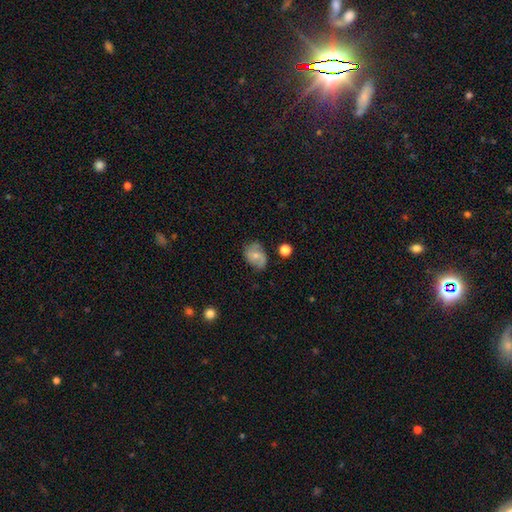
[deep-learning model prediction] Q: Smooth or featured?
A: smooth (50%); runner-up: featured or disk (41%)
Q: How rounded?
A: in between (62%); runner-up: round (36%)
Q: Merging?
A: none (62%); runner-up: minor disturbance (27%)